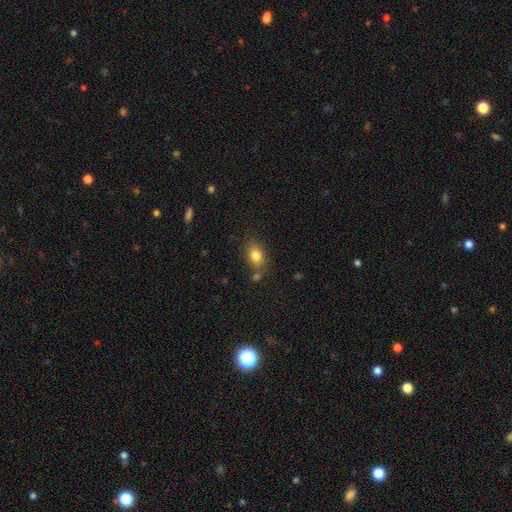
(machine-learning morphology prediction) A smooth galaxy with no disk features (82%) that is in between round and cigar-shaped (80%).

Vote fractions:
- Smooth or featured? smooth: 82% / star or artifact: 9% / featured or disk: 9%
- How rounded? in between: 80% / round: 18% / cigar-shaped: 2%
- Merging? none: 70% / minor disturbance: 16% / merger: 10% / major disturbance: 4%